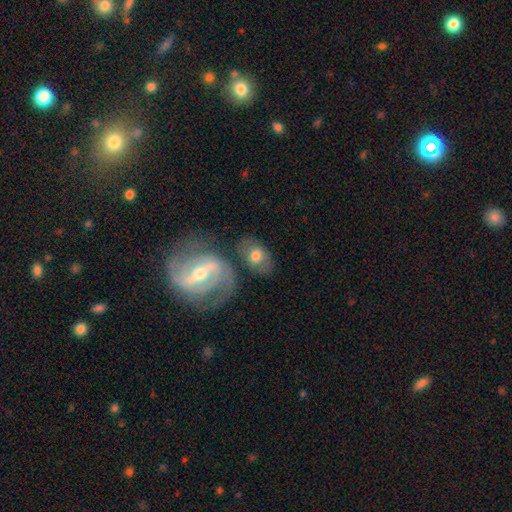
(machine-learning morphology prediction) Smooth or featured? smooth (53%)
How rounded? in between (78%)
Merging? none (63%)